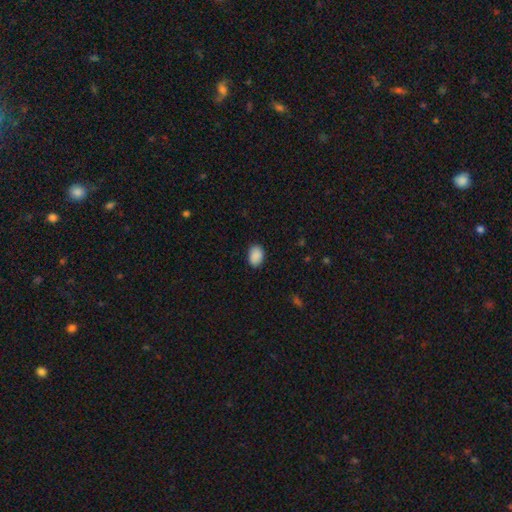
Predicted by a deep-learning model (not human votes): Q: Smooth or featured?
A: smooth (90%); runner-up: star or artifact (8%)
Q: How rounded?
A: in between (79%); runner-up: round (20%)
Q: Merging?
A: none (85%); runner-up: minor disturbance (12%)